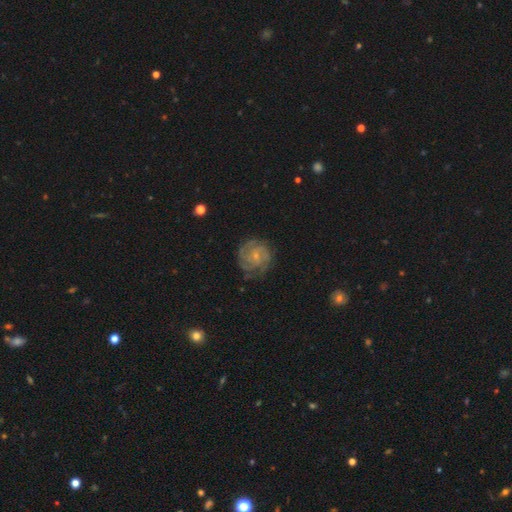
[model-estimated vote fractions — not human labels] A featured or disk galaxy (78%) with no bar (68%), tight (64%) spiral arms (93%) and a small central bulge (76%).

Vote fractions:
- Smooth or featured? featured or disk: 78% / smooth: 15% / star or artifact: 7%
- Edge-on disk? no: 98% / yes: 2%
- Bar? no: 68% / weak: 28% / strong: 4%
- Spiral arms? yes: 93% / no: 7%
- Spiral winding? tight: 64% / medium: 29% / loose: 7%
- Spiral arm count? can't tell: 29% / 2: 28% / 3: 24% / 4: 9% / 1: 6% / more than 4: 5%
- Bulge size? small: 76% / moderate: 16% / none: 7% / large: 1% / dominant: 1%
- Merging? none: 72% / minor disturbance: 19% / major disturbance: 8% / merger: 1%